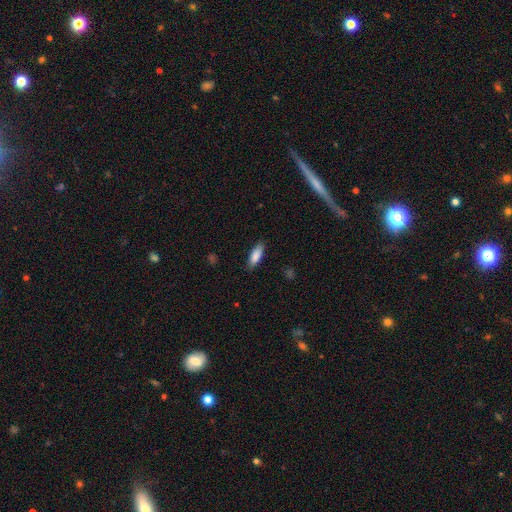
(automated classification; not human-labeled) Overall: smooth (87%). How rounded: in between (63%; cigar-shaped 35%). Merging: none (84%).